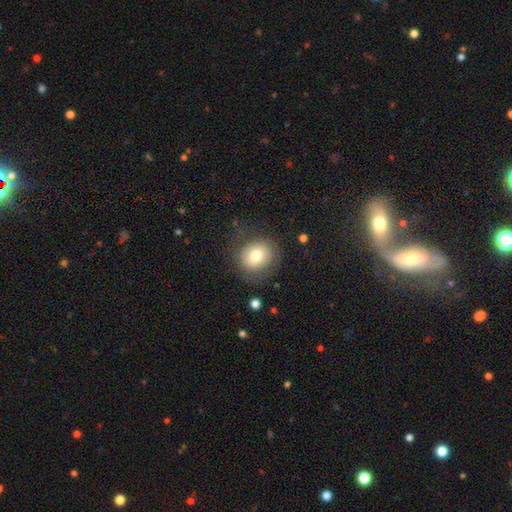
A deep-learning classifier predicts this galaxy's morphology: type=smooth (73%); roundness=round (75%); merging=none (74%).